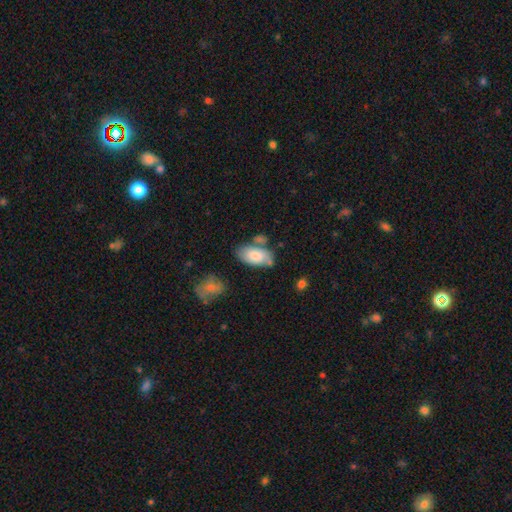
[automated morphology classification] This appears to be a smooth galaxy with no disk features (72%) that is in between round and cigar-shaped (94%). Merging: none (53%).